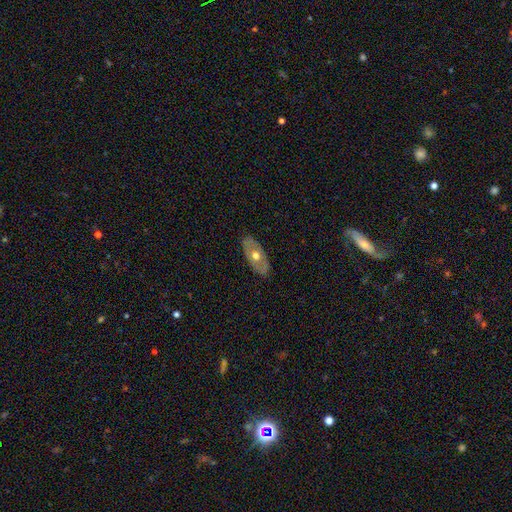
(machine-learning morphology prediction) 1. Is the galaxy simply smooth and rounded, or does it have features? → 52% featured or disk, 43% smooth, 5% star or artifact.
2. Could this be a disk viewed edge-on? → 80% no, 20% yes.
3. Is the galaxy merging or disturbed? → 84% none, 12% minor disturbance, 3% major disturbance, 1% merger.